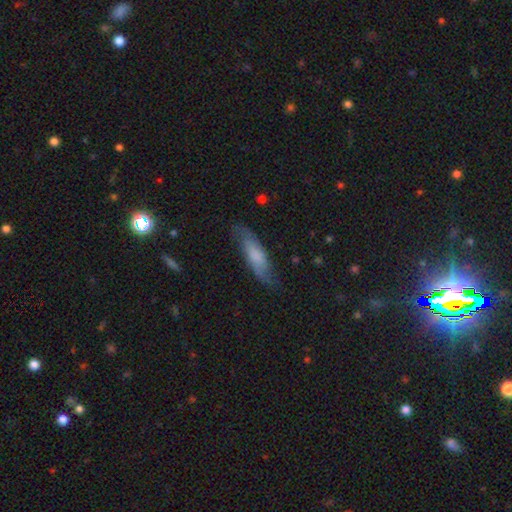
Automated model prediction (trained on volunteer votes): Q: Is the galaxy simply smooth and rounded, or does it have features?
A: smooth — 53%.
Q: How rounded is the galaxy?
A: cigar-shaped — 51%.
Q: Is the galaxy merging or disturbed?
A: none — 71%.